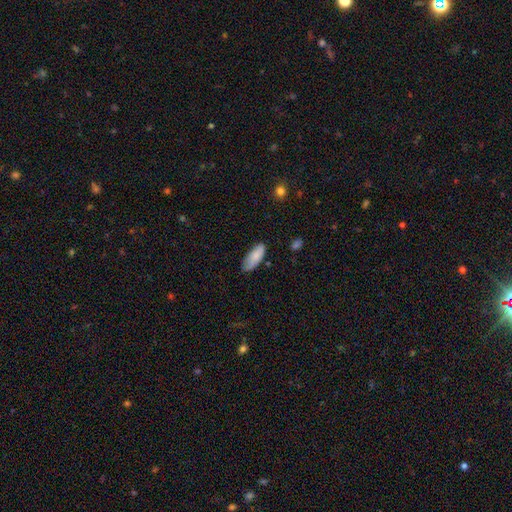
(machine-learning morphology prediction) Smooth or featured? Predicted: smooth (p=0.83). How rounded? Predicted: in between (p=0.80). Merging? Predicted: none (p=0.66).